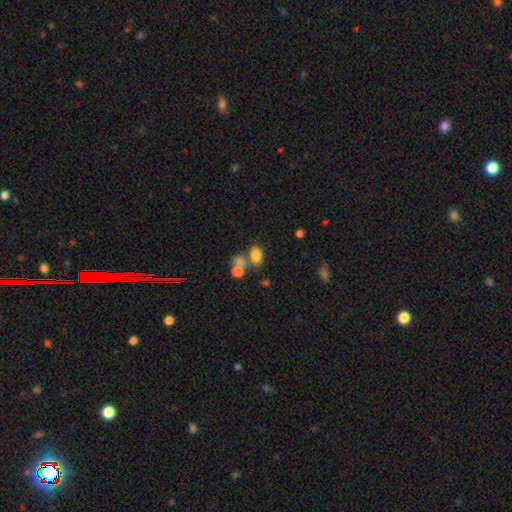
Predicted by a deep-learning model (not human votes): This is likely a smooth galaxy (80%). How rounded: clearly in between (83%). Merging: possibly none (49%).